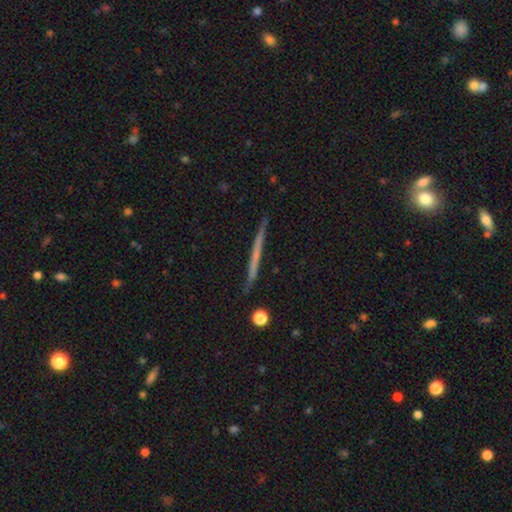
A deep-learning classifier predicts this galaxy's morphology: Overall: featured or disk (51%; smooth 43%). Edge-on disk: yes (97%). Merging: none (91%).